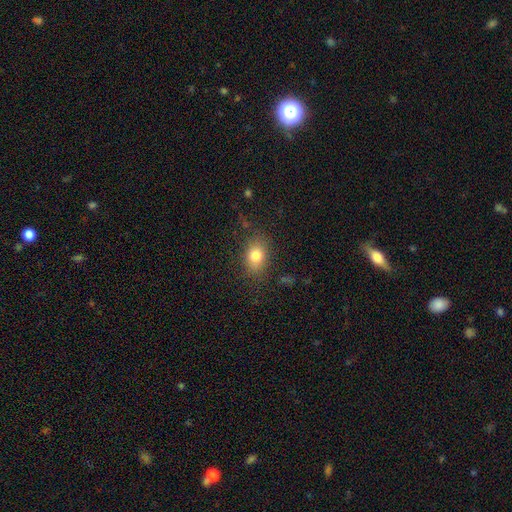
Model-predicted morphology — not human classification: smooth-or-featured: smooth: 81% | star or artifact: 10% | featured or disk: 9%
  how-rounded: in between: 69% | round: 29% | cigar-shaped: 2%
  merging: none: 80% | minor disturbance: 14% | major disturbance: 5% | merger: 2%